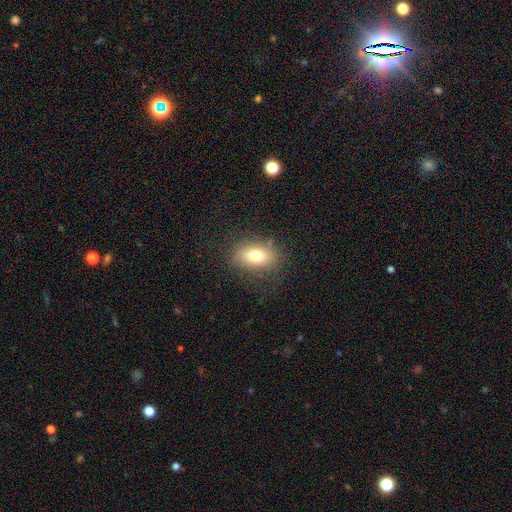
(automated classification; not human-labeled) Overall: smooth (75%). How rounded: in between (80%). Merging: none (81%).